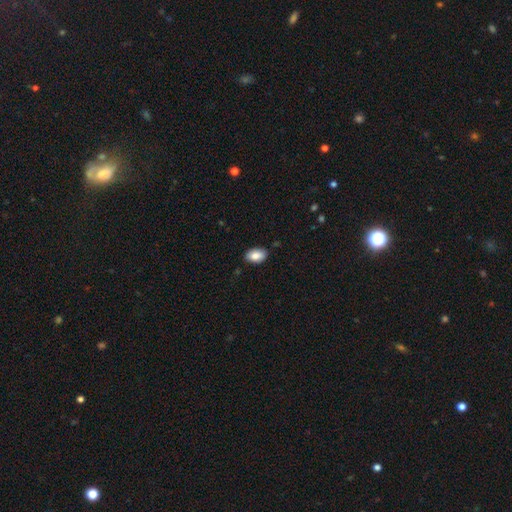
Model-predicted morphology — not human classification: Smooth or featured: smooth — 86% (star or artifact — 7%)
How rounded: in between — 91% (round — 7%)
Merging: none — 86% (minor disturbance — 11%)